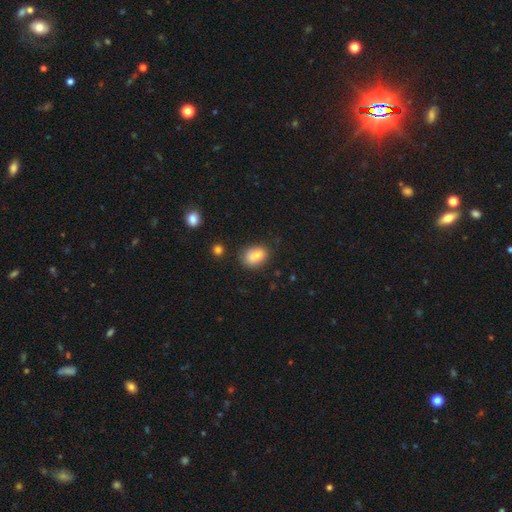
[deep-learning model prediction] Smooth or featured?
  - smooth: 78% *
  - featured or disk: 12%
  - star or artifact: 9%
How rounded?
  - in between: 72% *
  - round: 26%
  - cigar-shaped: 1%
Merging?
  - none: 66% *
  - minor disturbance: 20%
  - merger: 9%
  - major disturbance: 5%